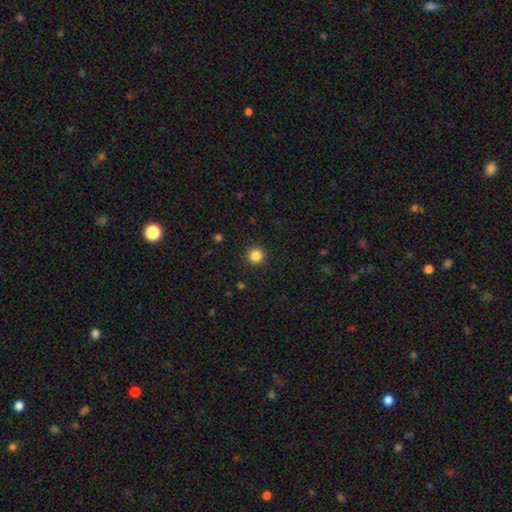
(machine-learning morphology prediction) Smooth or featured? smooth (85%)
How rounded? round (96%)
Merging? none (93%)